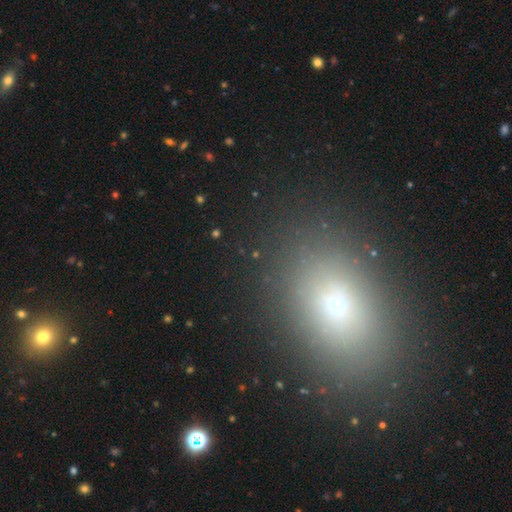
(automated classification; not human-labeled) Smooth or featured? smooth (59%)
How rounded? in between (65%)
Merging? none (87%)